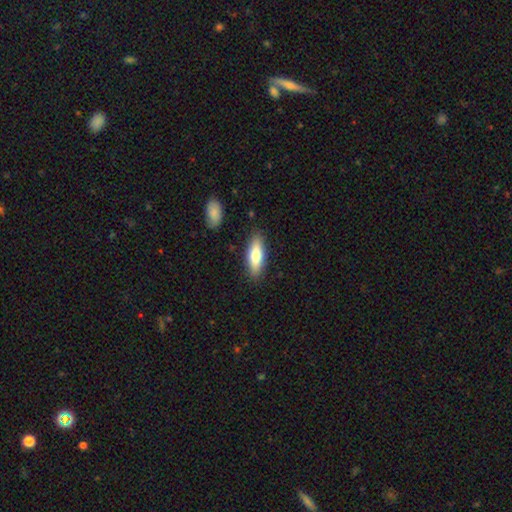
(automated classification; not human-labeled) Smooth or featured? smooth (72%)
How rounded? in between (58%)
Merging? none (86%)